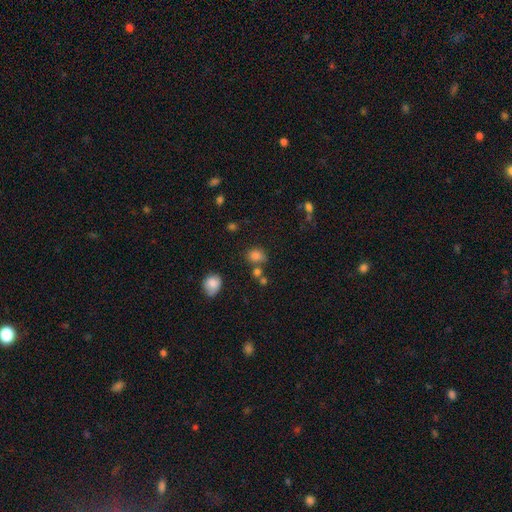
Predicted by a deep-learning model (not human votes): Q: Smooth or featured?
A: smooth (80%); runner-up: star or artifact (14%)
Q: How rounded?
A: round (53%); runner-up: in between (46%)
Q: Merging?
A: none (64%); runner-up: merger (15%)